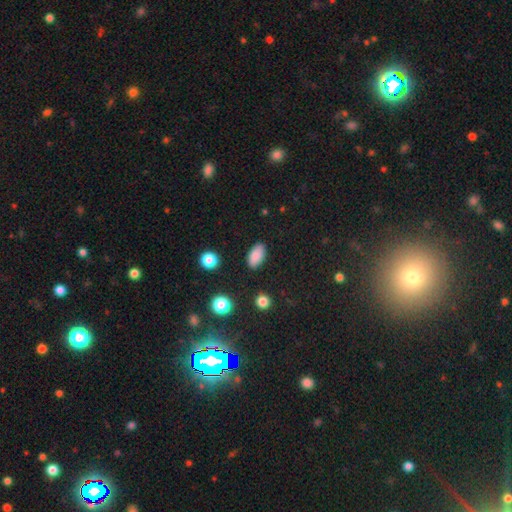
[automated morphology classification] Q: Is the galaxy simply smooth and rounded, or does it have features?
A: smooth — 86%.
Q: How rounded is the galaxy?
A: in between — 92%.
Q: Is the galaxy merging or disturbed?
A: none — 87%.